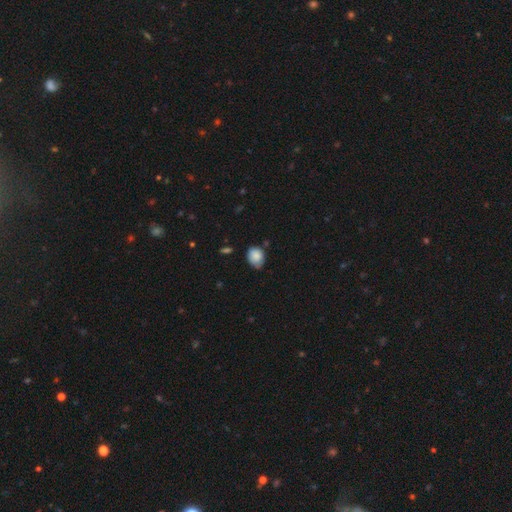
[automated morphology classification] smooth 84%, featured or disk 8%, star or artifact 8%. Down the decision tree: how rounded — in between (56%); merging — none (55%).